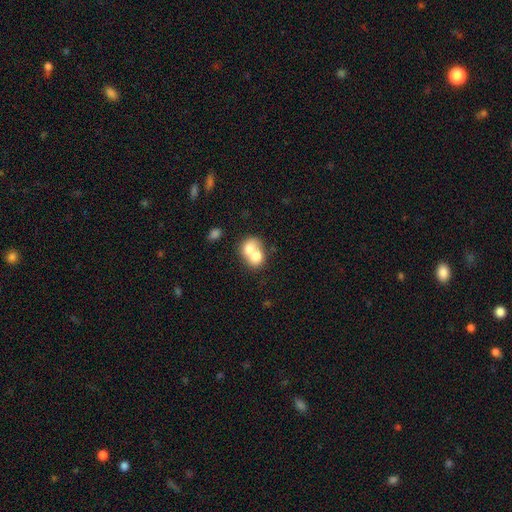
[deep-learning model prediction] Overall: smooth (68%). How rounded: round (53%; in between 46%). Merging: merger (76%).